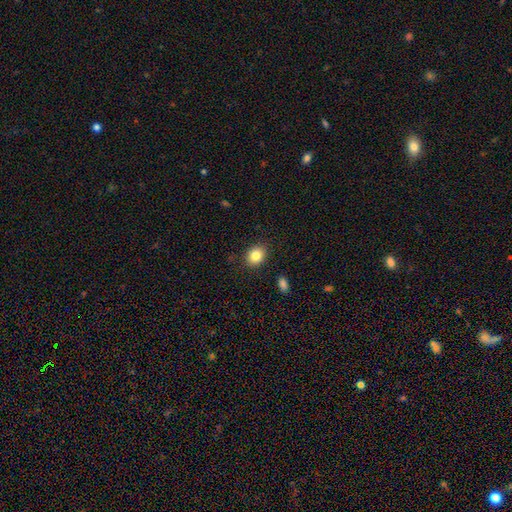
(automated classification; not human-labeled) Smooth or featured: smooth — 84% (star or artifact — 9%)
How rounded: round — 53% (in between — 46%)
Merging: none — 88% (minor disturbance — 8%)